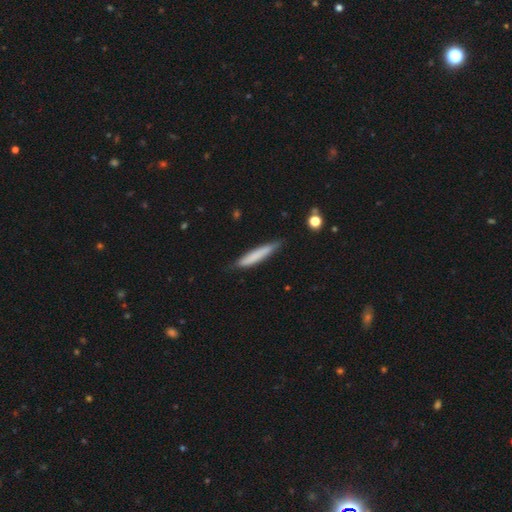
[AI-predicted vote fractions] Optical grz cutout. It shows a smooth galaxy with no disk features (75%) that is cigar-shaped (92%). Merging: none (78%).